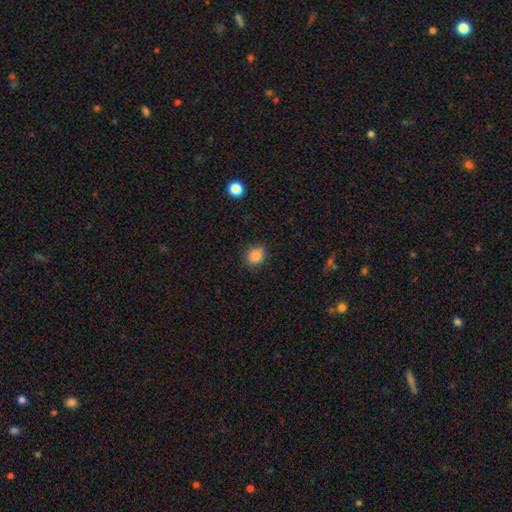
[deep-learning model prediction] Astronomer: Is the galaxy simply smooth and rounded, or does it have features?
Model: smooth — 85%.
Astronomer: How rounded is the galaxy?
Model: round — 63%.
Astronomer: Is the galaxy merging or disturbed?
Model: none — 83%.